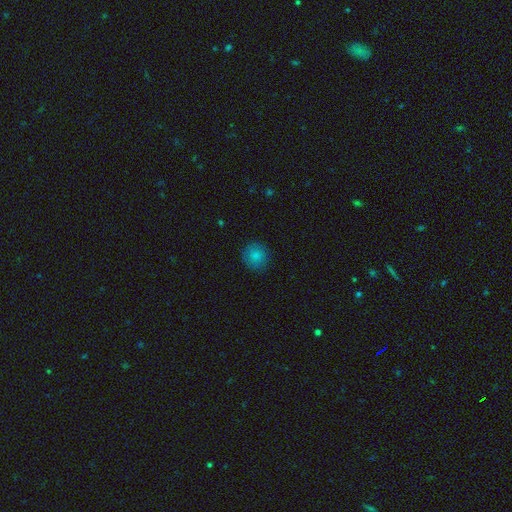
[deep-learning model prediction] The model was most divided on "smooth or featured": smooth: 84%, star or artifact: 10%, featured or disk: 6%. More confident: how rounded — round (91%); merging — none (87%).